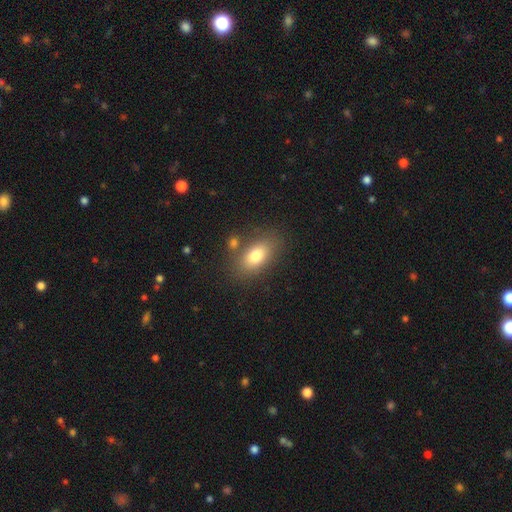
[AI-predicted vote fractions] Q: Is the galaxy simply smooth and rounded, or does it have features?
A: smooth — 78%.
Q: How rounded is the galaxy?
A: in between — 87%.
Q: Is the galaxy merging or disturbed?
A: none — 74%.